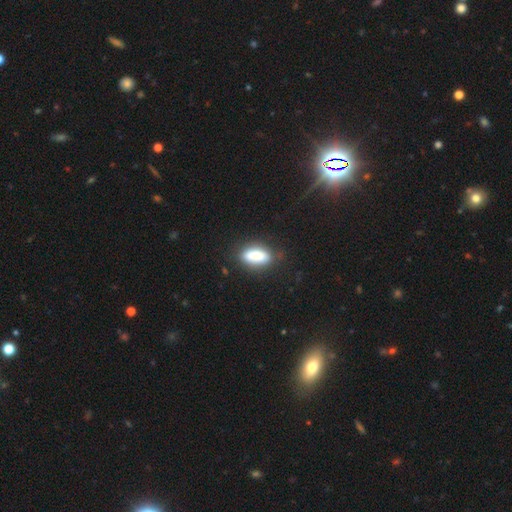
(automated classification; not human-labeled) Overall: smooth (82%). How rounded: in between (83%). Merging: none (73%).